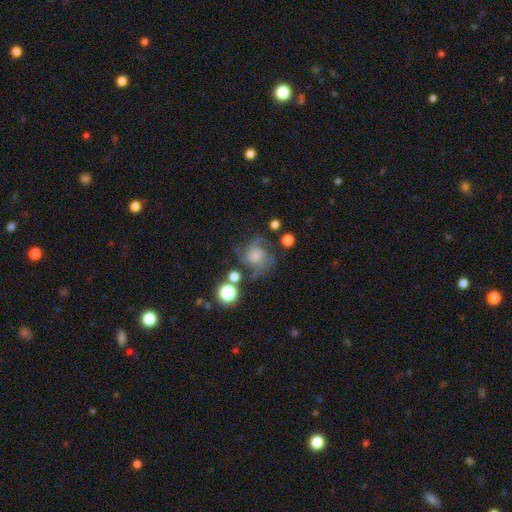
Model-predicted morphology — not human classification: This is likely a featured or disk galaxy (70%). It is clearly not viewed edge-on (98%). Bar: likely no (75%). Spiral arm pattern: clearly yes (91%). Spiral arm count: marginally 3 (38%). Spiral winding: possibly medium (47%). Central bulge: marginally moderate (33%). Merging: possibly none (57%).